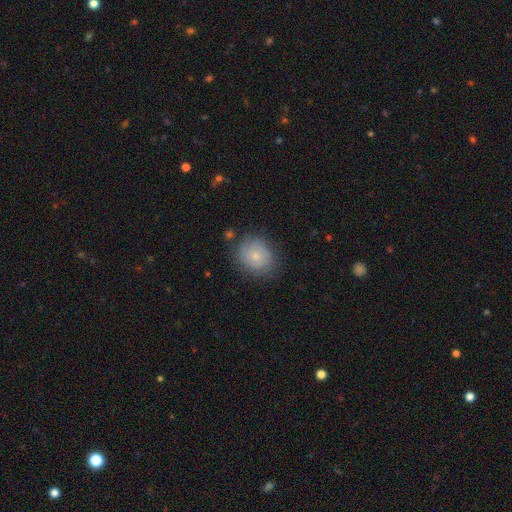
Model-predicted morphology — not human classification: A smooth galaxy with no disk features (50%) that is round (69%). Merging: none (75%).